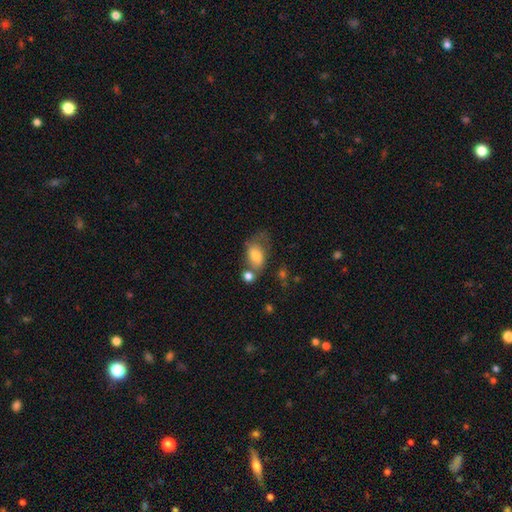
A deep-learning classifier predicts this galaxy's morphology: smooth_or_featured: smooth (p=0.71) [alt: featured or disk p=0.20]
how_rounded: in between (p=0.86) [alt: round p=0.12]
merging: none (p=0.32) [alt: minor disturbance p=0.24]